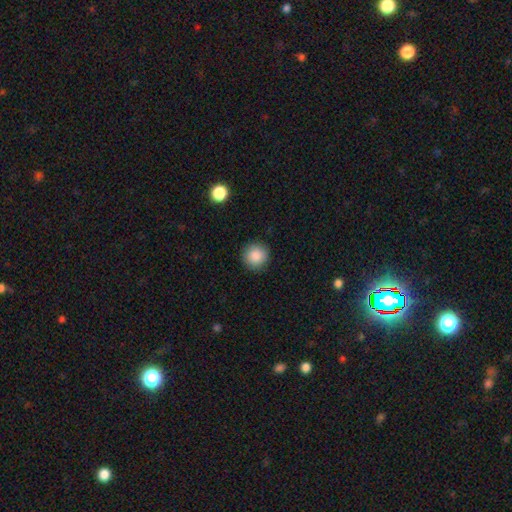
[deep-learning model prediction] A smooth galaxy with no disk features (87%) that is round (95%). Merging: none (90%).